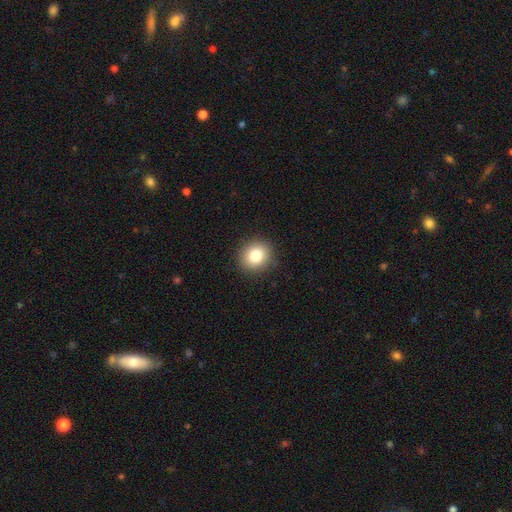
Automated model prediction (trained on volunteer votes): smooth 82%, star or artifact 10%, featured or disk 8%. Down the decision tree: how rounded — round (83%); merging — none (91%).